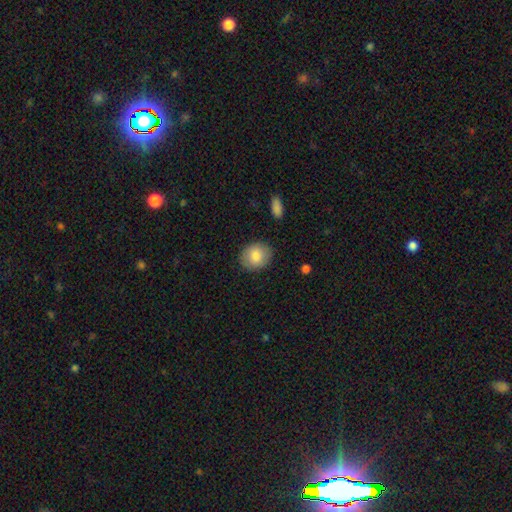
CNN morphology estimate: The model was most divided on "how rounded": round: 63%, in between: 36%, cigar-shaped: 1%. More confident: merging — none (85%); smooth or featured — smooth (84%).